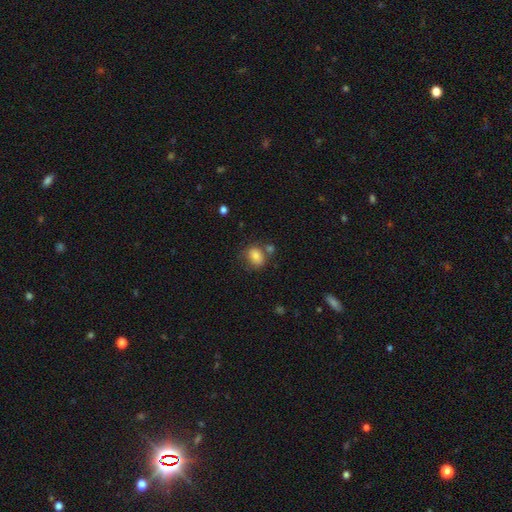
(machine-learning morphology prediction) A smooth galaxy with no disk features (80%) that is in between round and cigar-shaped (54%).

Vote fractions:
- Smooth or featured? smooth: 80% / featured or disk: 10% / star or artifact: 9%
- How rounded? in between: 54% / round: 45% / cigar-shaped: 1%
- Merging? none: 57% / minor disturbance: 19% / merger: 17% / major disturbance: 7%